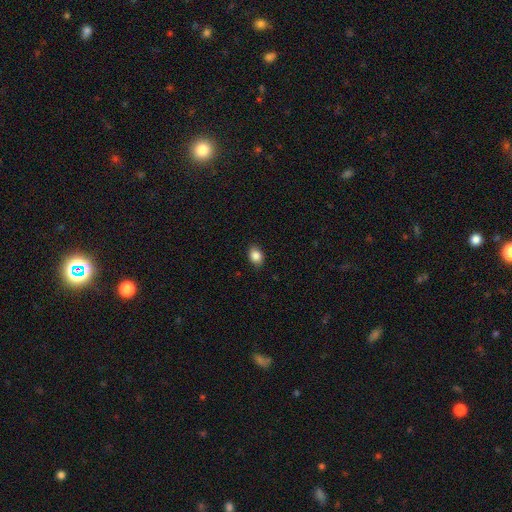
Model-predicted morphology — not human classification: Overall: smooth (87%). How rounded: in between (64%; round 35%). Merging: none (84%).